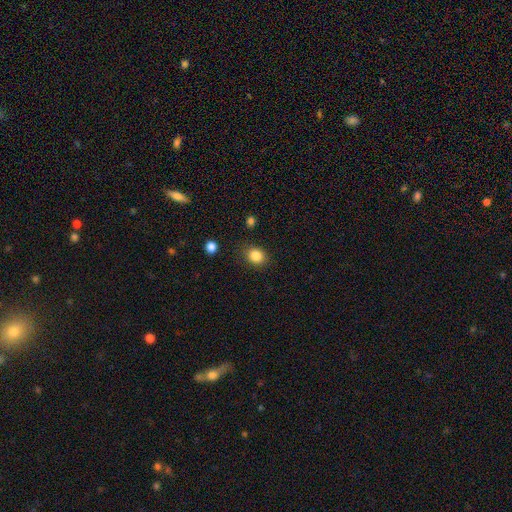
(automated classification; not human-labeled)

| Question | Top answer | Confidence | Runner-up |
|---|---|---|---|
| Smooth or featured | smooth | 85% | star or artifact (10%) |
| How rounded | round | 58% | in between (41%) |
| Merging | none | 82% | minor disturbance (12%) |